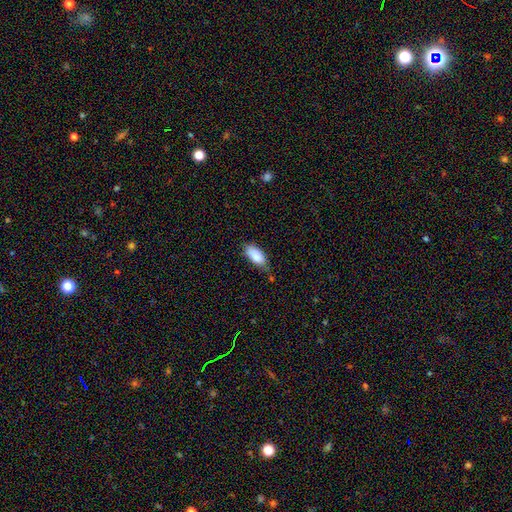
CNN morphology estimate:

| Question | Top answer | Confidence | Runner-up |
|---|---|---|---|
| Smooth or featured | smooth | 88% | star or artifact (7%) |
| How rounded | in between | 90% | cigar-shaped (8%) |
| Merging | none | 59% | minor disturbance (31%) |